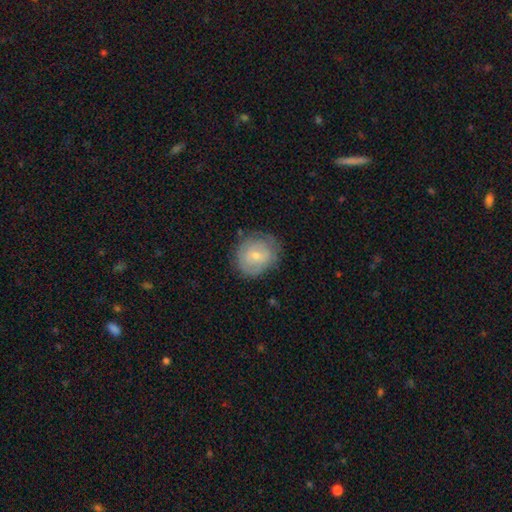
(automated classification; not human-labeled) A smooth galaxy with no disk features (57%) that is round (71%).

Vote fractions:
- Smooth or featured? smooth: 57% / featured or disk: 36% / star or artifact: 8%
- How rounded? round: 71% / in between: 28% / cigar-shaped: 1%
- Merging? none: 72% / minor disturbance: 20% / major disturbance: 7% / merger: 1%